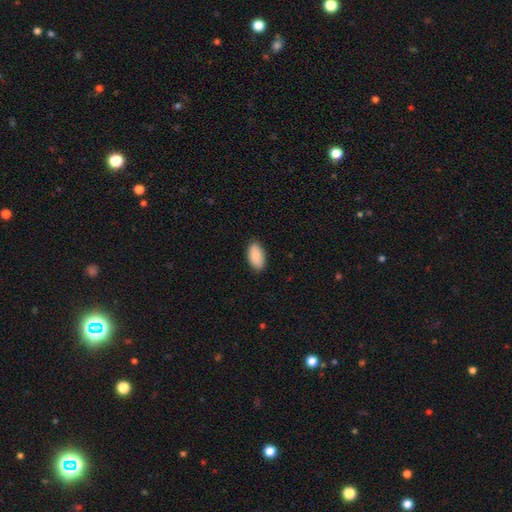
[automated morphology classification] A smooth galaxy with no disk features (90%) that is in between round and cigar-shaped (95%).

Vote fractions:
- Smooth or featured? smooth: 90% / star or artifact: 6% / featured or disk: 4%
- How rounded? in between: 95% / cigar-shaped: 3% / round: 2%
- Merging? none: 88% / minor disturbance: 9% / major disturbance: 2% / merger: 1%